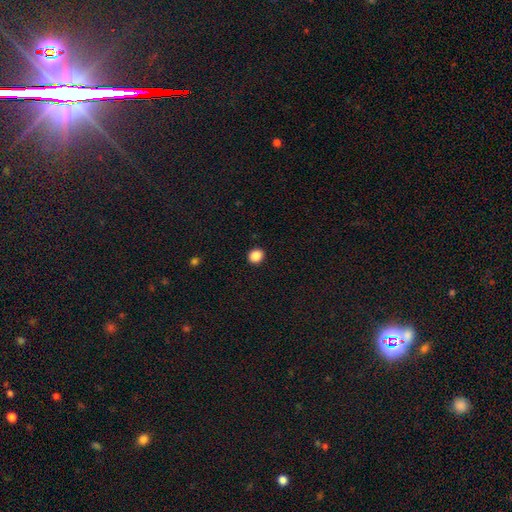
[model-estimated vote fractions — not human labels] Smooth or featured? smooth (87%)
How rounded? round (76%)
Merging? none (93%)